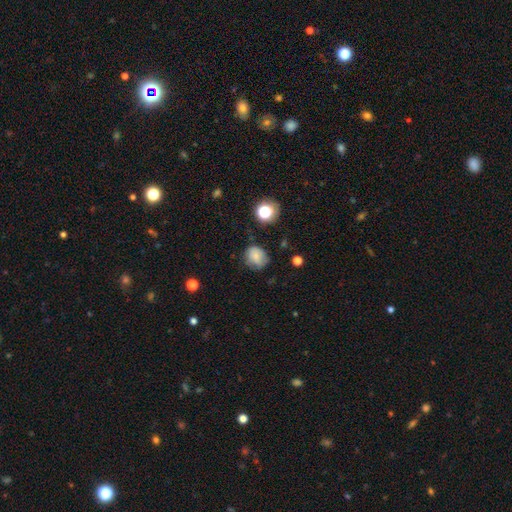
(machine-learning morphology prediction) Smooth or featured? smooth (73%)
How rounded? round (65%)
Merging? none (60%)